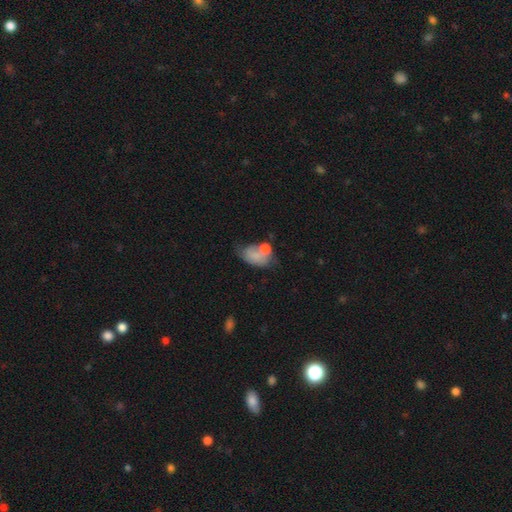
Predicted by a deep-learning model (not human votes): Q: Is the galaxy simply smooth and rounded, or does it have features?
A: smooth — 69%.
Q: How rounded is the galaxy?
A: in between — 85%.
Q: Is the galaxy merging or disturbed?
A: none — 30%.